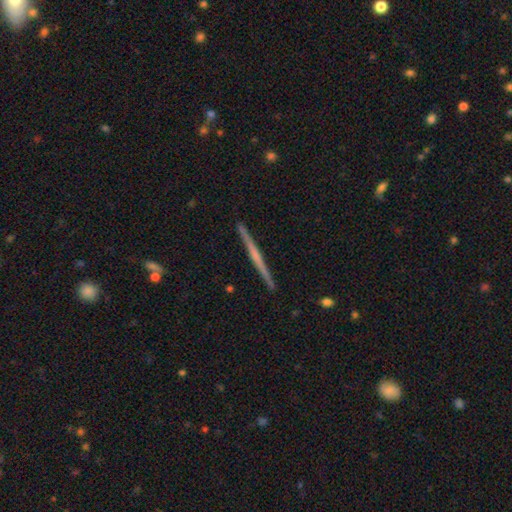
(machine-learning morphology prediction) This is likely a featured or disk galaxy (68%). It is clearly viewed edge-on (98%). Edge-on bulge: likely none (61%). Merging: clearly none (93%).